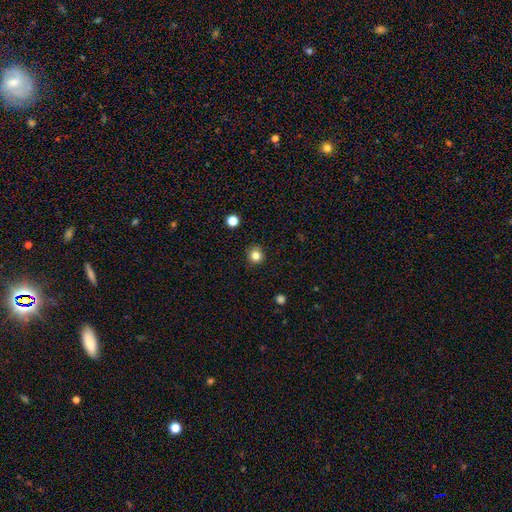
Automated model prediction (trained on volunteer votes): Smooth or featured? Predicted: smooth (p=0.82). How rounded? Predicted: round (p=0.93). Merging? Predicted: none (p=0.91).